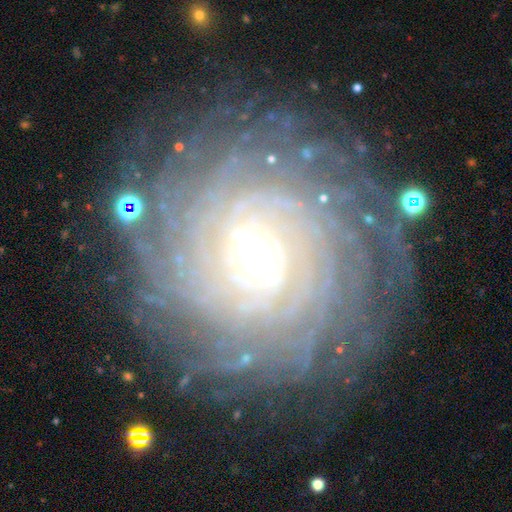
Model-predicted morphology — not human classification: Smooth or featured? Predicted: featured or disk (p=0.89). Edge-on disk? Predicted: no (p=0.97). Bar? Predicted: weak (p=0.47). Spiral arms? Predicted: yes (p=0.96). Spiral winding? Predicted: tight (p=0.88). Spiral arm count? Predicted: more than 4 (p=0.40). Bulge size? Predicted: moderate (p=0.66). Merging? Predicted: none (p=0.83).